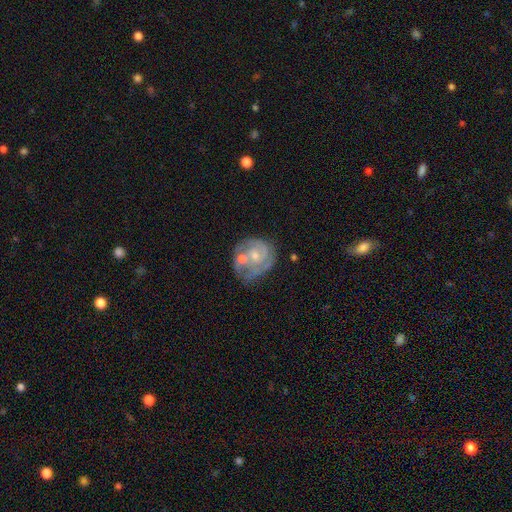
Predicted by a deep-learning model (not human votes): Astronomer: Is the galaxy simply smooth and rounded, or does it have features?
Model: featured or disk — 75%.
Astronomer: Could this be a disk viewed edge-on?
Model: no — 98%.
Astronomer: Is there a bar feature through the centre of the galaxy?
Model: no — 69%.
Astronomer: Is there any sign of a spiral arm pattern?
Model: yes — 84%.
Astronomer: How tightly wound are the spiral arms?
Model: tight — 58%.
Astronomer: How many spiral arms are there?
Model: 2 — 39% (runner-up: can't tell, 28%).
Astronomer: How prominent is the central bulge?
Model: moderate — 46% (runner-up: small, 45%).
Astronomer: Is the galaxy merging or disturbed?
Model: none — 37% (runner-up: merger, 35%).